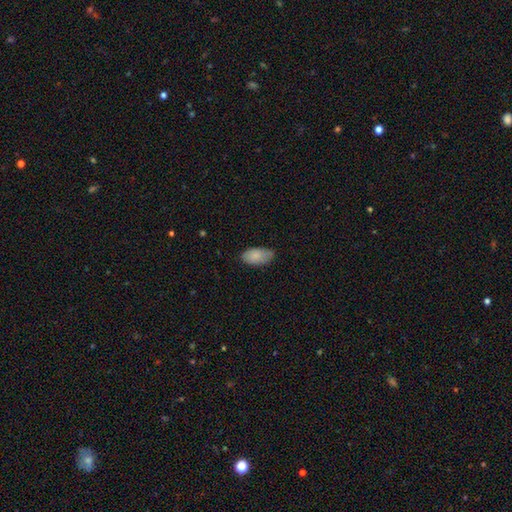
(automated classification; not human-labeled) smooth_or_featured: smooth (p=0.87) [alt: featured or disk p=0.07]
how_rounded: in between (p=0.94) [alt: cigar-shaped p=0.03]
merging: none (p=0.74) [alt: minor disturbance p=0.21]